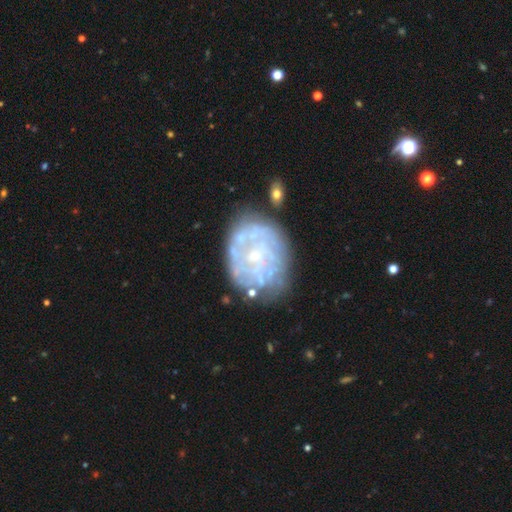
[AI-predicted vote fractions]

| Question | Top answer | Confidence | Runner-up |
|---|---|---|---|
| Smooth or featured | featured or disk | 73% | smooth (19%) |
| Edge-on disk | no | 97% | yes (3%) |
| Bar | no | 78% | weak (18%) |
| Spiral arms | yes | 56% | no (44%) |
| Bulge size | small | 67% | moderate (19%) |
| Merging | none | 63% | minor disturbance (21%) |